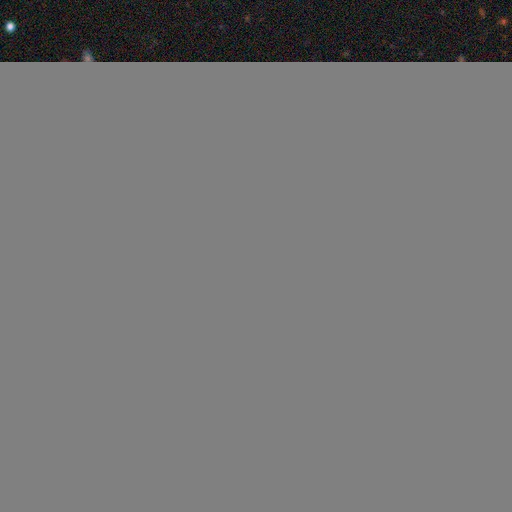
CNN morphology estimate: Smooth or featured? Predicted: smooth (p=0.84). How rounded? Predicted: round (p=0.59). Merging? Predicted: none (p=0.80).